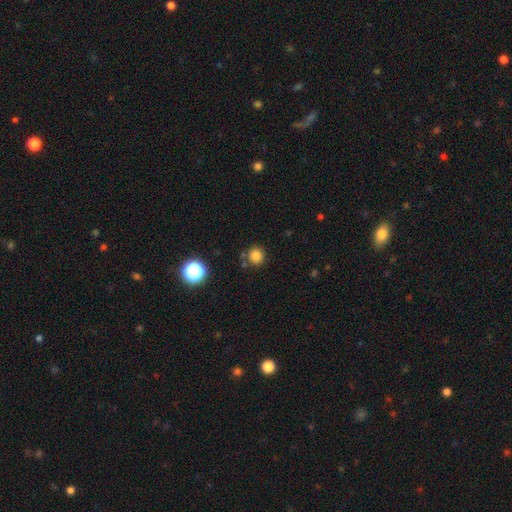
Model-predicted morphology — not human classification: A smooth galaxy with no disk features (81%) that is round (92%). Merging: none (82%).